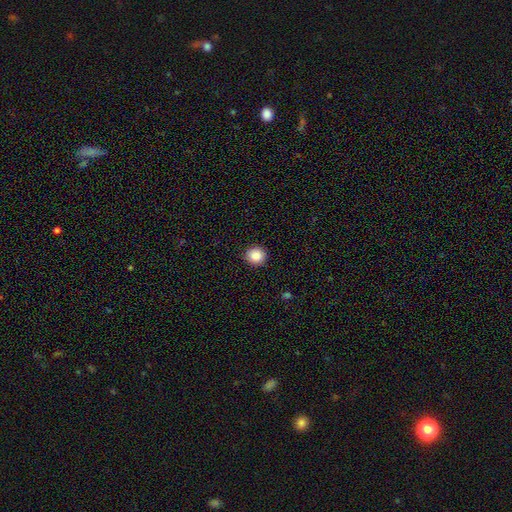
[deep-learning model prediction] The model was most divided on "how rounded": round: 88%, in between: 11%, cigar-shaped: 1%. More confident: merging — none (92%); smooth or featured — smooth (87%).